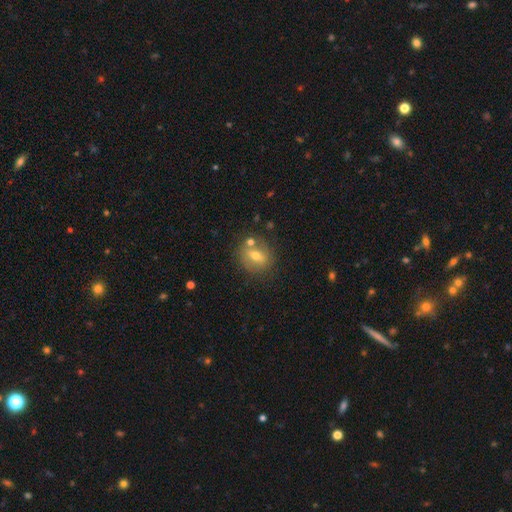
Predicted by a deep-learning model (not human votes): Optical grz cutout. It shows a smooth galaxy with no disk features (56%) that is round (55%). Merging: none (73%).